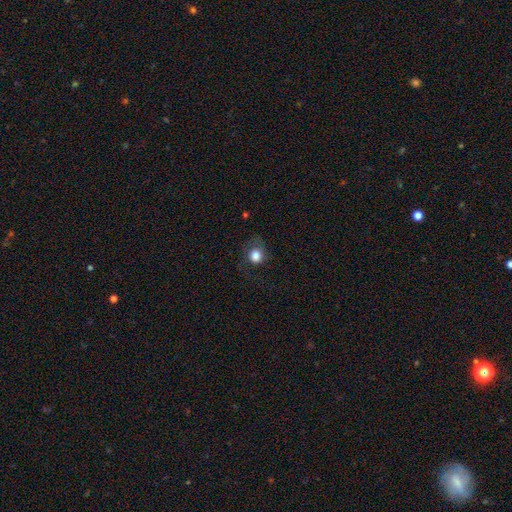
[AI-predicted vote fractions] Q: Smooth or featured?
A: smooth (78%); runner-up: featured or disk (12%)
Q: How rounded?
A: round (76%); runner-up: in between (23%)
Q: Merging?
A: none (50%); runner-up: major disturbance (25%)